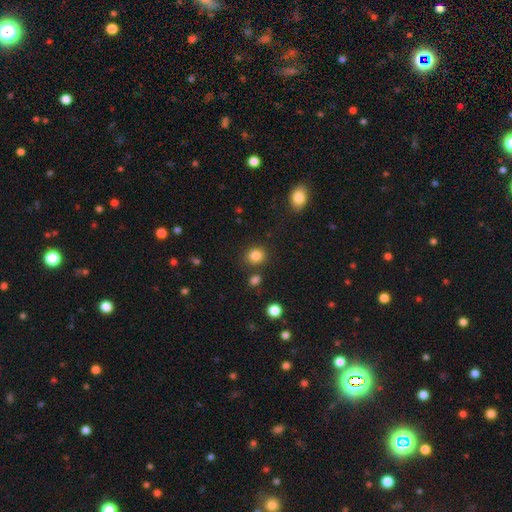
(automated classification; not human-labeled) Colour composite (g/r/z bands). It shows a smooth galaxy with no disk features (85%) that is round (78%). Merging: none (82%).